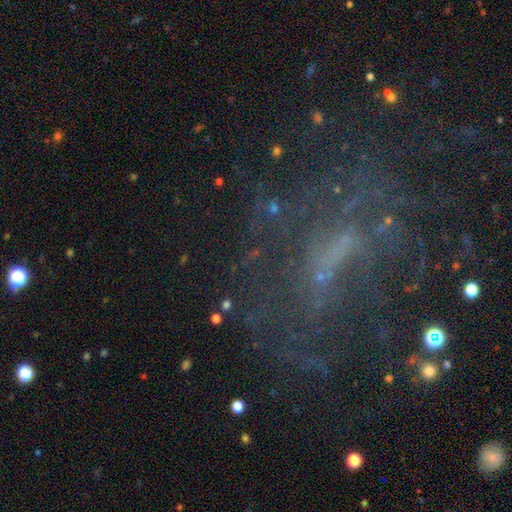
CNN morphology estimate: Smooth or featured? Predicted: featured or disk (p=0.53). Edge-on disk? Predicted: no (p=0.93). Merging? Predicted: none (p=0.51).